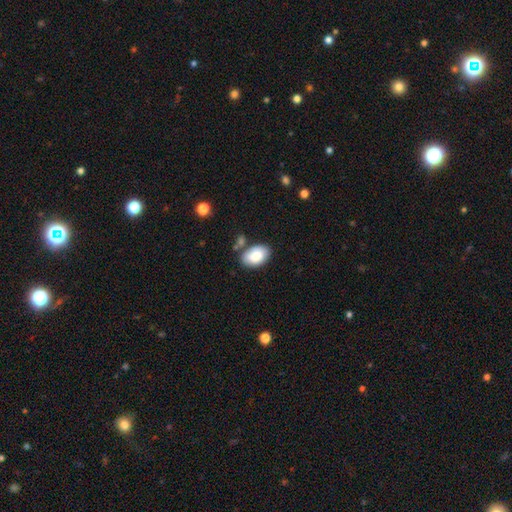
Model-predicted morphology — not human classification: A smooth galaxy with no disk features (84%) that is in between round and cigar-shaped (92%).

Vote fractions:
- Smooth or featured? smooth: 84% / featured or disk: 10% / star or artifact: 6%
- How rounded? in between: 92% / round: 7% / cigar-shaped: 1%
- Merging? none: 70% / minor disturbance: 17% / merger: 10% / major disturbance: 4%